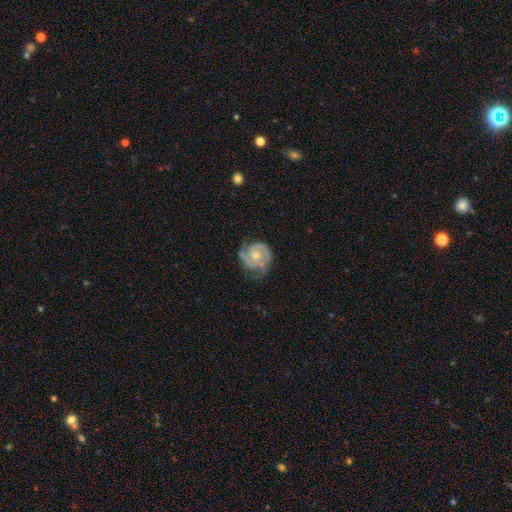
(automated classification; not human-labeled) A featured or disk galaxy (85%) with no bar (74%), 3 (41%) tight (51%) spiral arms (96%) and a moderate central bulge (51%). Merging: none (68%).